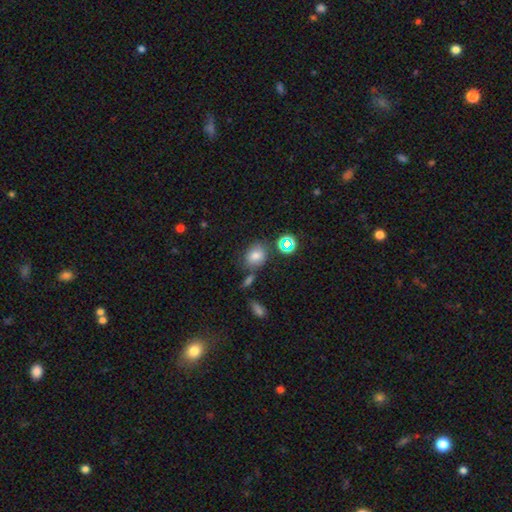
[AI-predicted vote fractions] The model was most divided on "how rounded": in between: 53%, round: 46%, cigar-shaped: 1%. More confident: smooth or featured — smooth (75%); merging — none (68%).